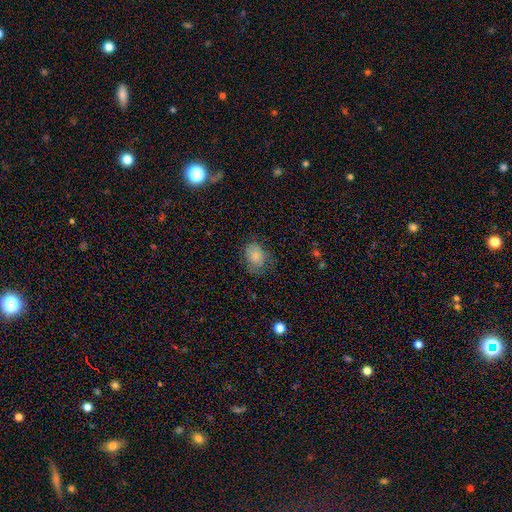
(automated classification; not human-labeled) A smooth galaxy with no disk features (79%) that is in between round and cigar-shaped (74%). Merging: none (59%).